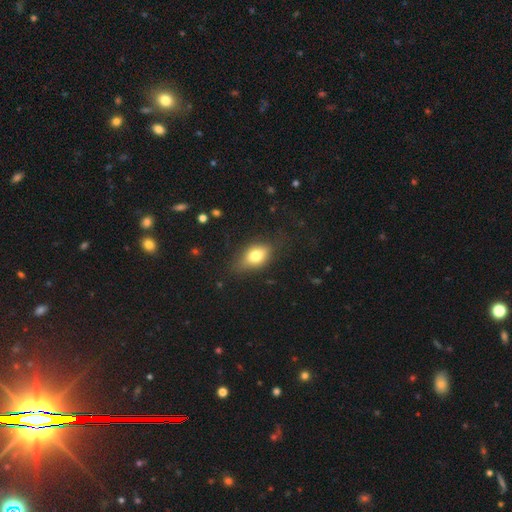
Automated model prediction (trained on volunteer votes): smooth_or_featured: smooth (p=0.74) [alt: featured or disk p=0.17]
how_rounded: in between (p=0.80) [alt: round p=0.16]
merging: none (p=0.70) [alt: minor disturbance p=0.22]